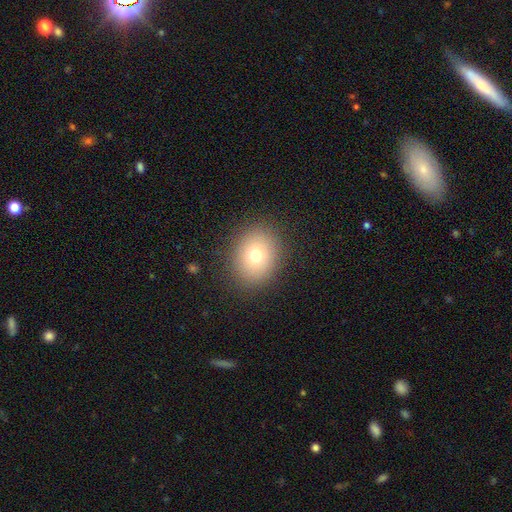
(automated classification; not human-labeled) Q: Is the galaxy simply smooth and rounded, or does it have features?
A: smooth — 74%.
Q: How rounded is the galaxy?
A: round — 64%.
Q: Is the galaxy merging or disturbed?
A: none — 88%.